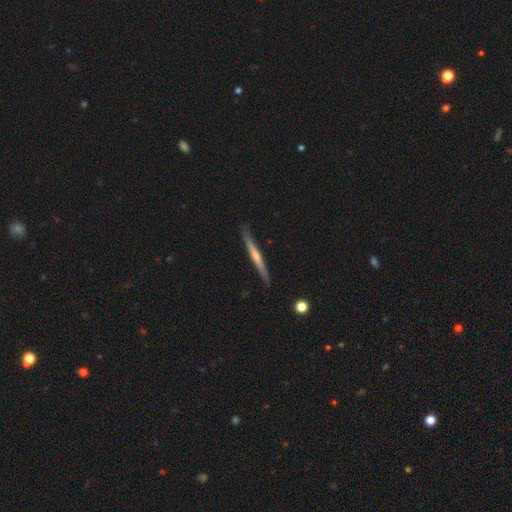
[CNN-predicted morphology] This appears to be a featured or disk galaxy (72%) viewed edge-on (98%) with a rounded central bulge (66%). Merging: none (89%).